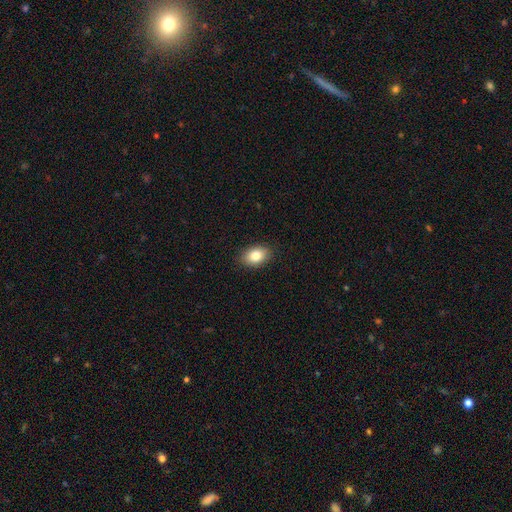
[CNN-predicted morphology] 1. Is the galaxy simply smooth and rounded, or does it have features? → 84% smooth, 8% featured or disk, 8% star or artifact.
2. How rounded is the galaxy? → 86% in between, 13% round, 1% cigar-shaped.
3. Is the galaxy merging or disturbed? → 89% none, 8% minor disturbance, 2% major disturbance, 1% merger.